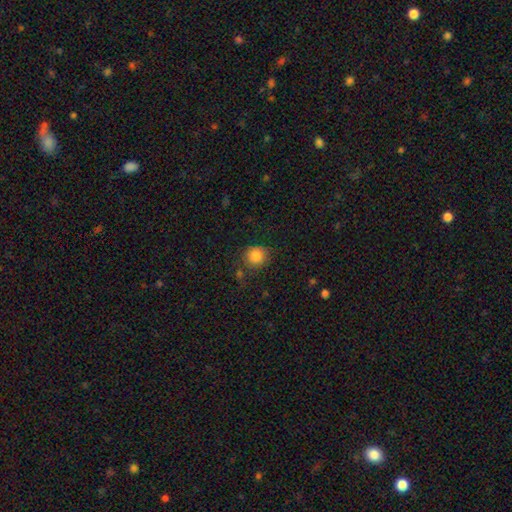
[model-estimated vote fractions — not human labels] This appears to be a smooth galaxy with no disk features (84%) that is round (86%). Merging: none (76%).